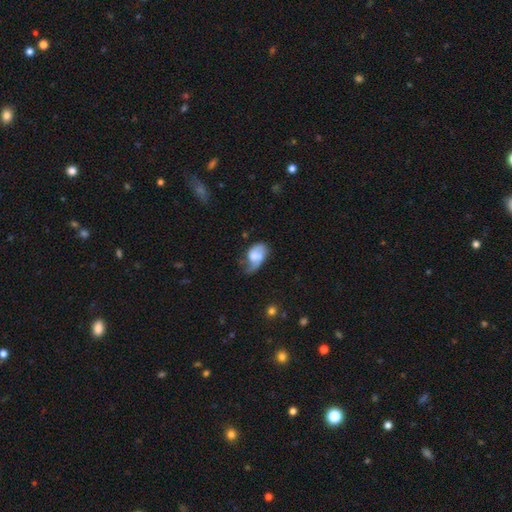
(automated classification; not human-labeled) Smooth or featured? smooth (46%, tied with featured or disk)
Merging? minor disturbance (33%)